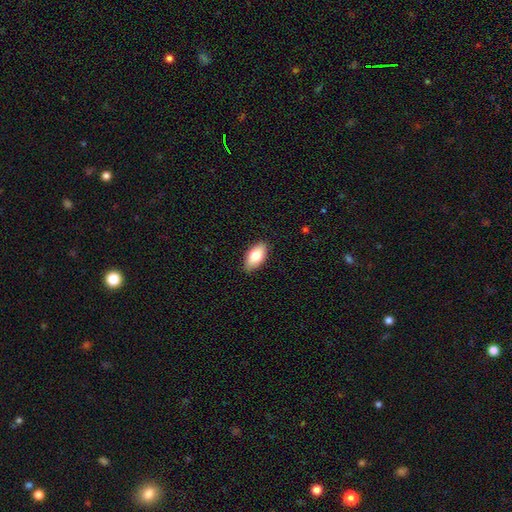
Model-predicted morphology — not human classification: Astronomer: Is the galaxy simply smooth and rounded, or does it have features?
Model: smooth — 79%.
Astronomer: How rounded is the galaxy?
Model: in between — 93%.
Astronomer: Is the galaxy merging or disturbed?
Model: none — 87%.